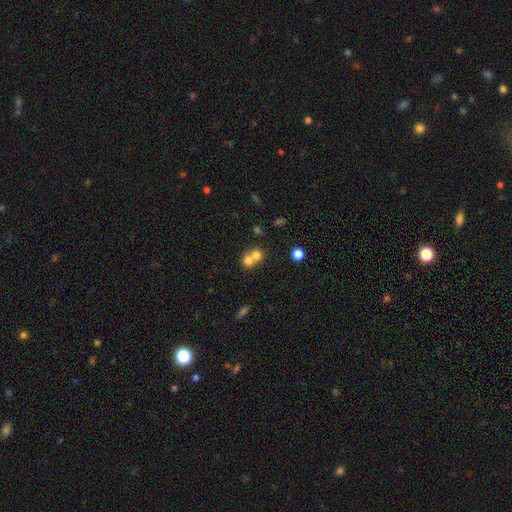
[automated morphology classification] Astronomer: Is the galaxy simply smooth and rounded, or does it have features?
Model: smooth — 72%.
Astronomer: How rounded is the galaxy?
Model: round — 80%.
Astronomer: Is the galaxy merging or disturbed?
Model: merger — 64%.